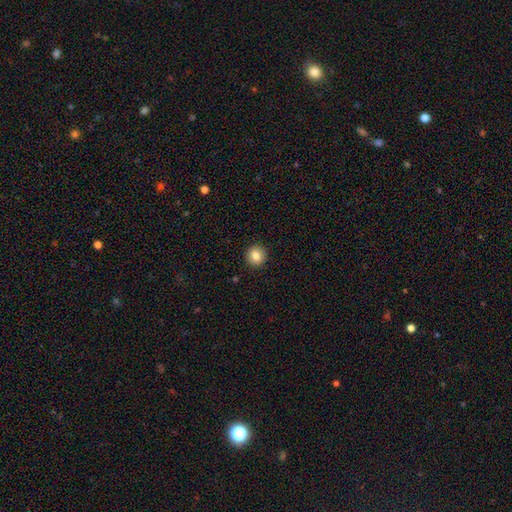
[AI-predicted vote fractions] Smooth or featured? Predicted: smooth (p=0.84). How rounded? Predicted: round (p=0.90). Merging? Predicted: none (p=0.92).